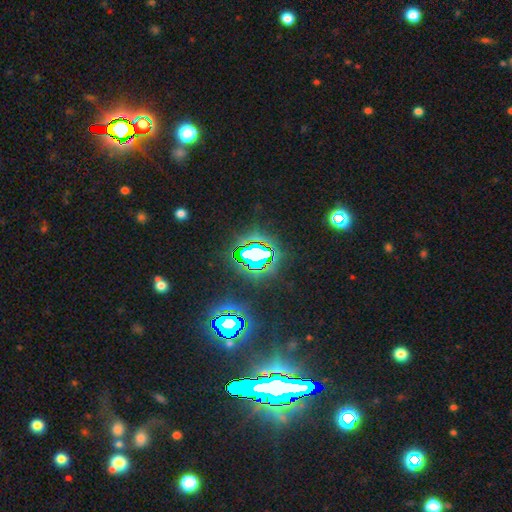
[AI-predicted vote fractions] Q: Smooth or featured?
A: star or artifact (73%); runner-up: smooth (15%)